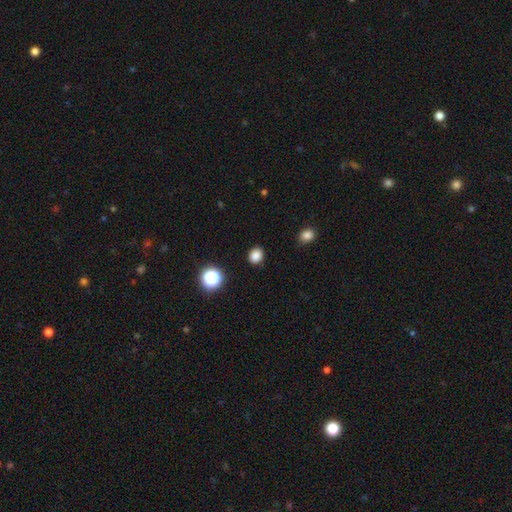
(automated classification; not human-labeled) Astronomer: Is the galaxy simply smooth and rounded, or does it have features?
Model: smooth — 85%.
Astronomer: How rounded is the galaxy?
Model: round — 68%.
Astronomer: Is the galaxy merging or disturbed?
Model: none — 89%.